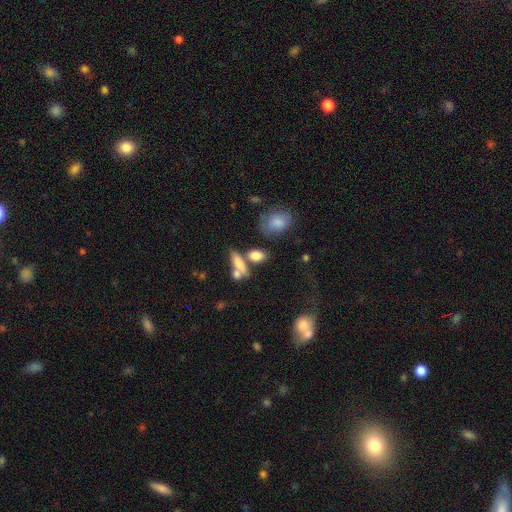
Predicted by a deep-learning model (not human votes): Smooth or featured? Predicted: smooth (p=0.75). How rounded? Predicted: in between (p=0.71). Merging? Predicted: none (p=0.42).